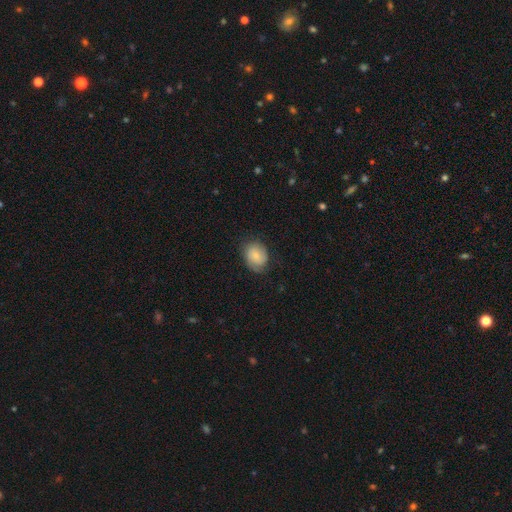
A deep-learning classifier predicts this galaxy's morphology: smooth_or_featured: smooth (p=0.64) [alt: featured or disk p=0.29]
how_rounded: in between (p=0.57) [alt: round p=0.42]
merging: none (p=0.70) [alt: minor disturbance p=0.22]